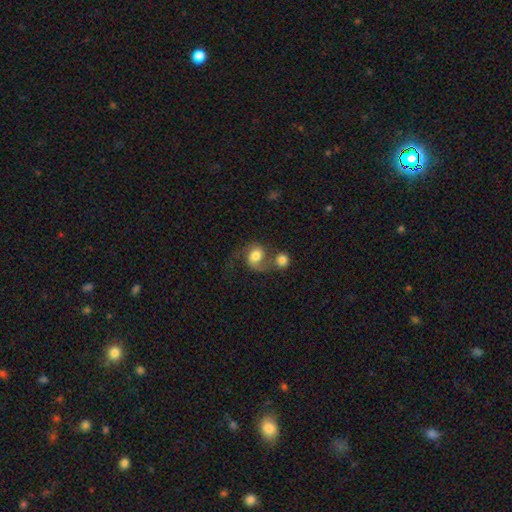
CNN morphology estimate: Smooth or featured? smooth (52%)
How rounded? round (56%)
Merging? merger (49%)